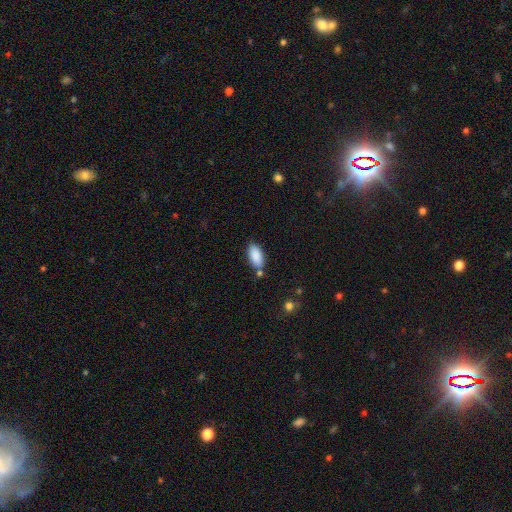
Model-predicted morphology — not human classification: smooth-or-featured: smooth: 88% | star or artifact: 7% | featured or disk: 5%
  how-rounded: in between: 92% | cigar-shaped: 6% | round: 2%
  merging: none: 71% | minor disturbance: 15% | merger: 10% | major disturbance: 4%